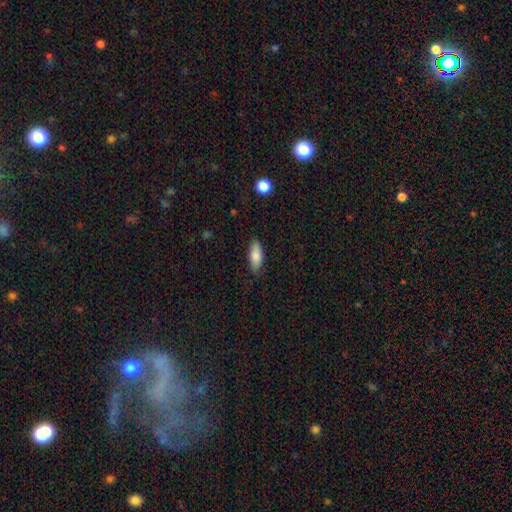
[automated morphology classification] smooth-or-featured: smooth: 85% | featured or disk: 9% | star or artifact: 6%
  how-rounded: in between: 78% | cigar-shaped: 20% | round: 2%
  merging: none: 83% | minor disturbance: 13% | major disturbance: 3% | merger: 1%